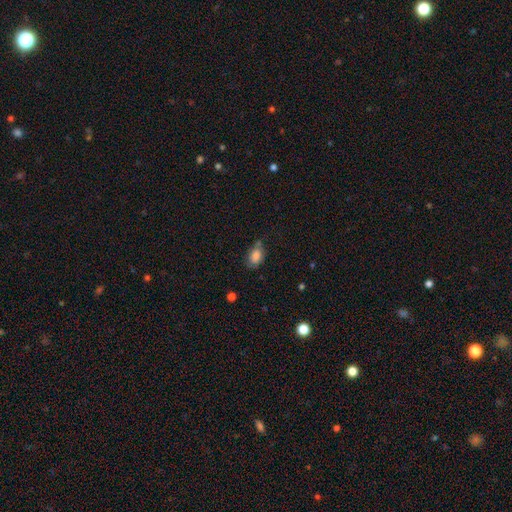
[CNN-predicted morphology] type=smooth (81%); roundness=in between (87%); merging=none (60%).